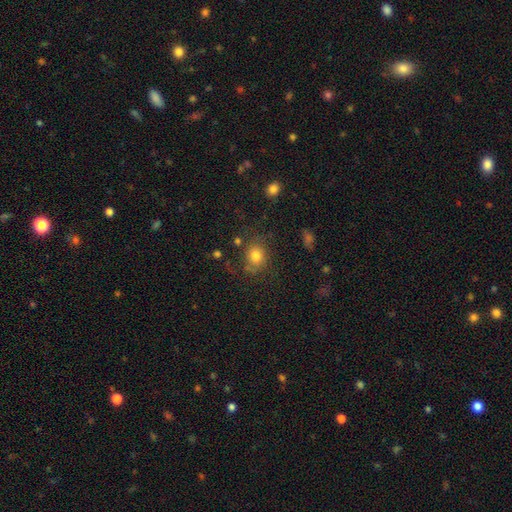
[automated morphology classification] This appears to be a smooth galaxy with no disk features (70%) that is round (72%). Merging: none (66%).